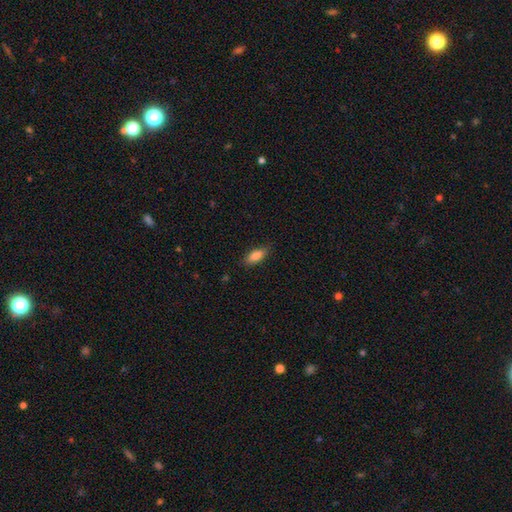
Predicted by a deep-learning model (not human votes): Morphology: type=smooth (86%); roundness=in between (79%); merging=none (83%).